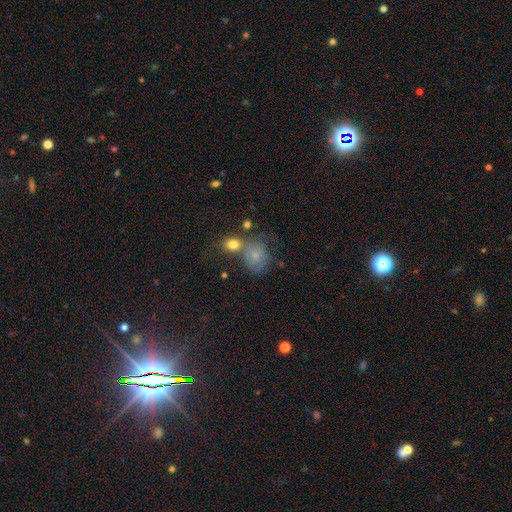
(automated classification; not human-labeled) smooth-or-featured: smooth: 68% | featured or disk: 20% | star or artifact: 12%
  how-rounded: round: 61% | in between: 38% | cigar-shaped: 1%
  merging: none: 40% | merger: 28% | minor disturbance: 19% | major disturbance: 13%